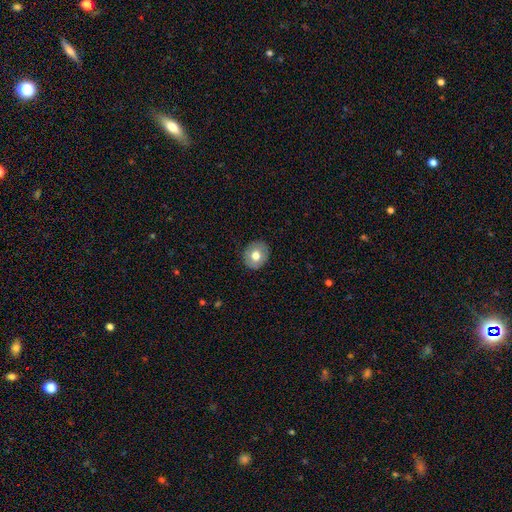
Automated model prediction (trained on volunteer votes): This is likely a smooth galaxy (70%). How rounded: likely round (72%). Merging: clearly none (87%).